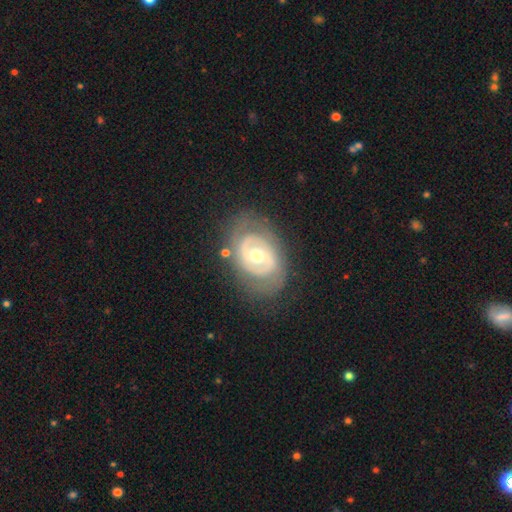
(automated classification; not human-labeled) This appears to be a featured or disk galaxy (78%) with a weak bar (41%), spiral arms (67%) and a moderate central bulge (66%). Merging: none (73%).